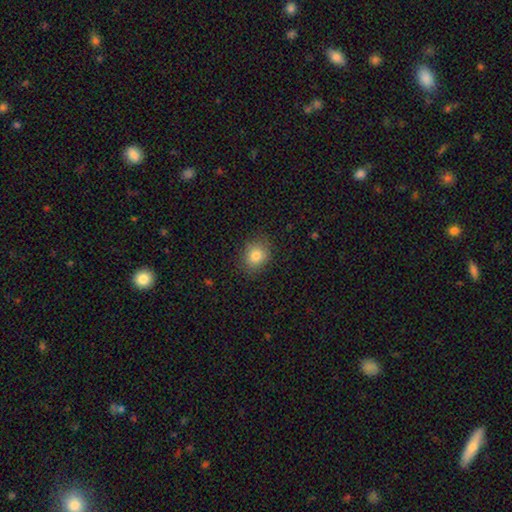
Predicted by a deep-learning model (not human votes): This is clearly a smooth galaxy (83%). How rounded: likely round (65%). Merging: clearly none (84%).